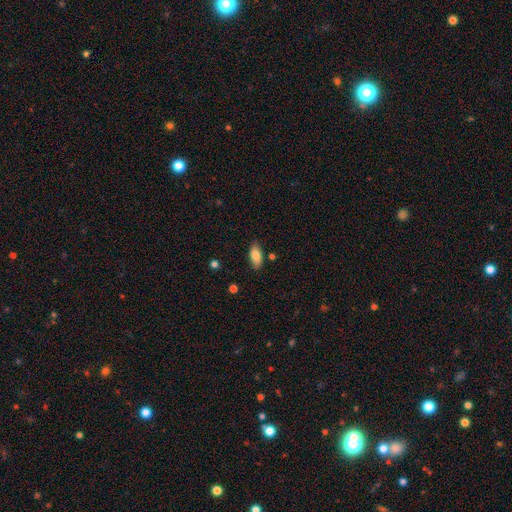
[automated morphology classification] type=smooth (83%); roundness=in between (89%); merging=none (81%).